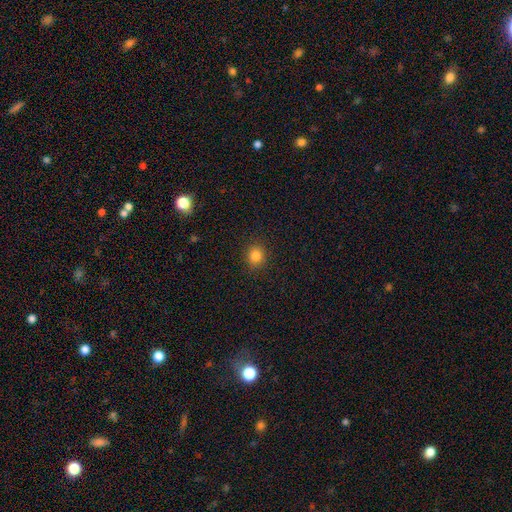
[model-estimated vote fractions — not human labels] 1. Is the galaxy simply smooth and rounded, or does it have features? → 83% smooth, 12% star or artifact, 5% featured or disk.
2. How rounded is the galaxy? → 84% round, 15% in between, 1% cigar-shaped.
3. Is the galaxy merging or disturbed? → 90% none, 7% minor disturbance, 2% major disturbance, 1% merger.